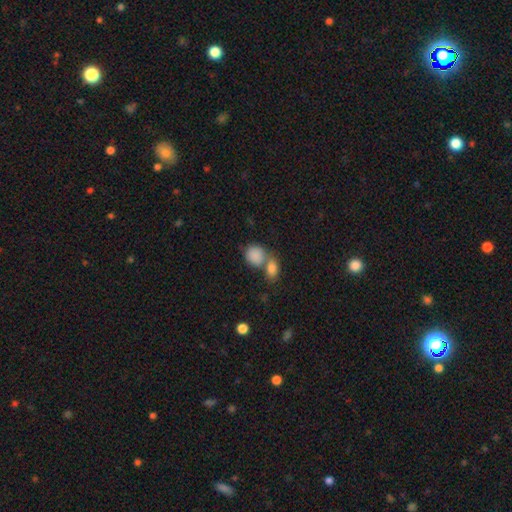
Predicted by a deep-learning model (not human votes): Smooth or featured?
  - smooth: 86% *
  - star or artifact: 7%
  - featured or disk: 7%
How rounded?
  - round: 55% *
  - in between: 43%
  - cigar-shaped: 1%
Merging?
  - merger: 53% *
  - none: 34%
  - minor disturbance: 9%
  - major disturbance: 4%